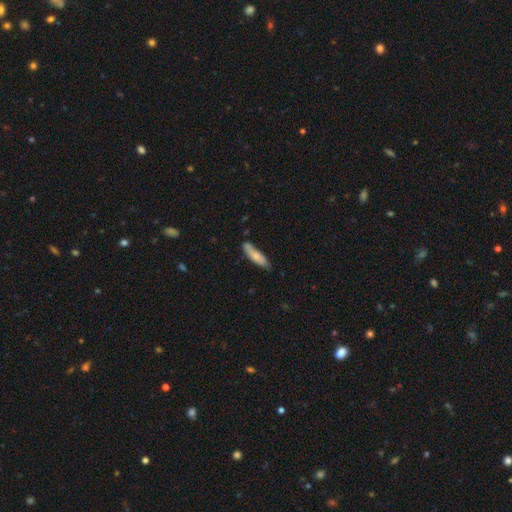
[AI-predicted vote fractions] Overall: smooth (72%). How rounded: cigar-shaped (65%; in between 33%). Merging: none (70%).